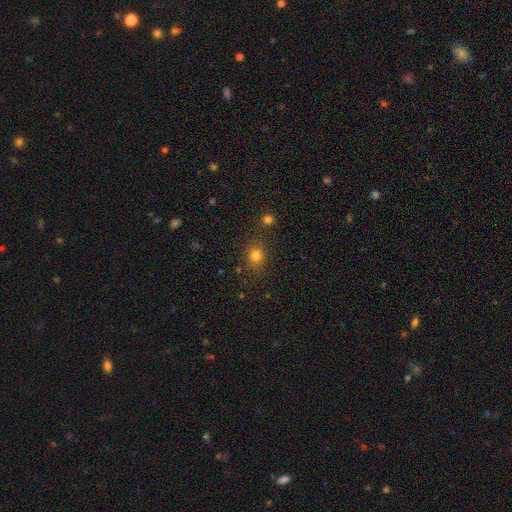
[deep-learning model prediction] This appears to be a smooth galaxy with no disk features (78%) that is round (70%). Merging: none (78%).